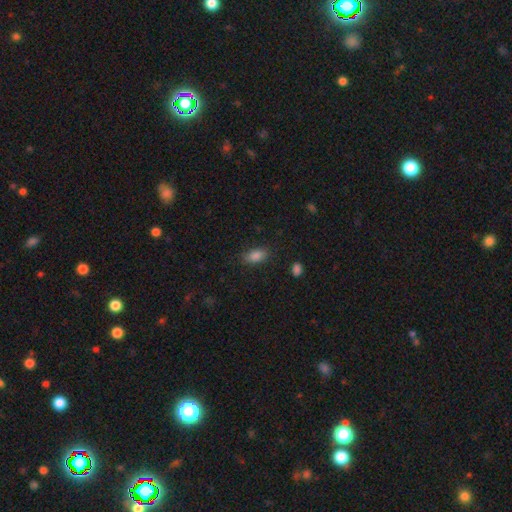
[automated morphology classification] A smooth galaxy with no disk features (86%) that is in between round and cigar-shaped (89%). Merging: none (83%).